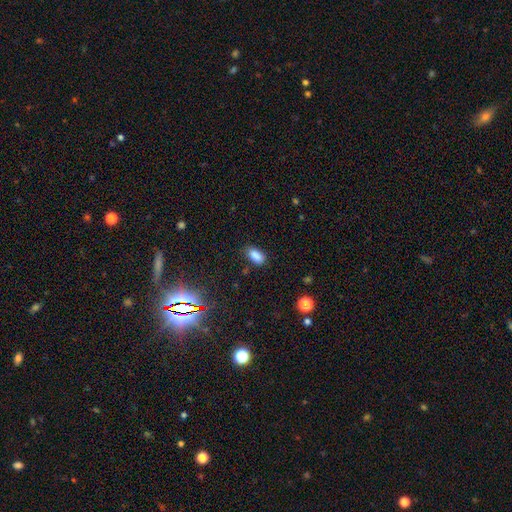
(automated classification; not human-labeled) Smooth or featured: smooth — 84% (star or artifact — 12%)
How rounded: in between — 89% (cigar-shaped — 7%)
Merging: none — 79% (minor disturbance — 14%)